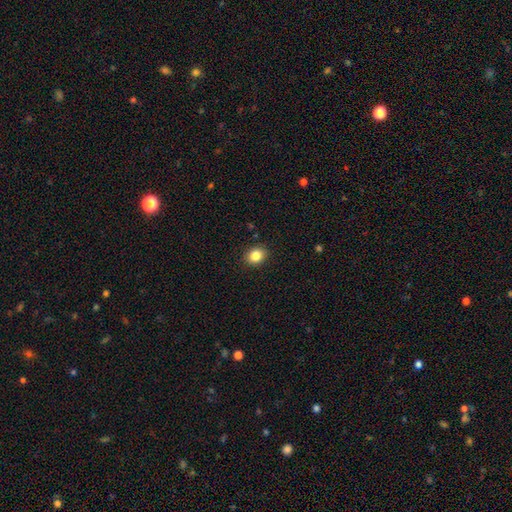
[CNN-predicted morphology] This appears to be a smooth galaxy with no disk features (85%) that is round (56%). Merging: none (90%).